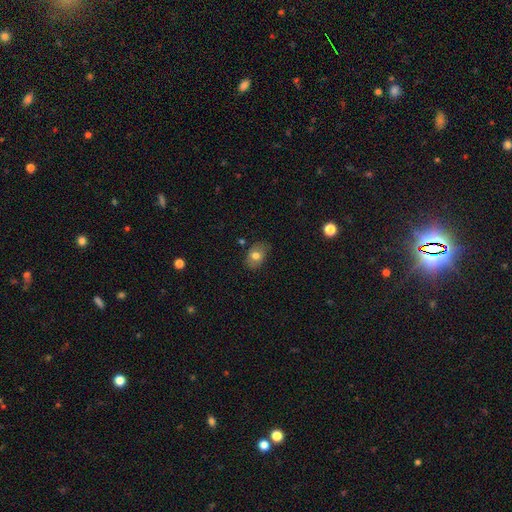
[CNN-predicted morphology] type=smooth (74%); roundness=in between (76%); merging=none (76%).